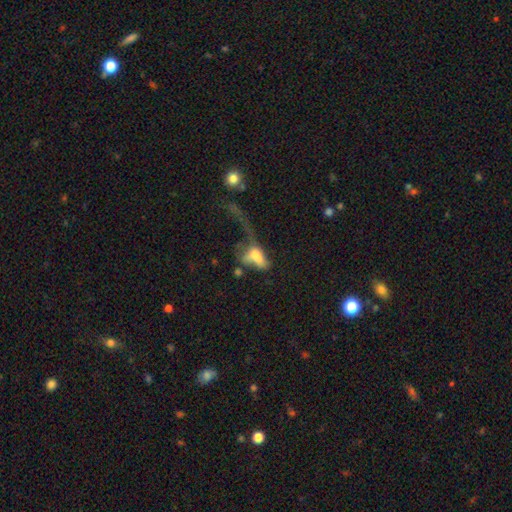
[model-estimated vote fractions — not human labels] Smooth or featured? smooth (54%)
How rounded? in between (80%)
Merging? major disturbance (57%)